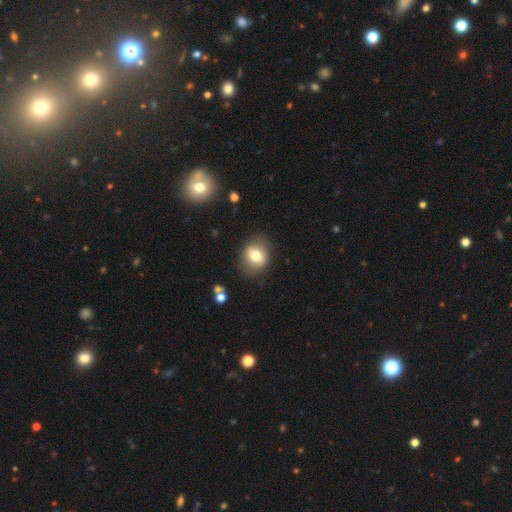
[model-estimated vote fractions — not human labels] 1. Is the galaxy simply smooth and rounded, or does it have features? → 66% smooth, 26% featured or disk, 9% star or artifact.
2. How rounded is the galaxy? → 50% in between, 48% round, 2% cigar-shaped.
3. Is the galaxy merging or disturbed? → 81% none, 13% minor disturbance, 4% major disturbance, 2% merger.